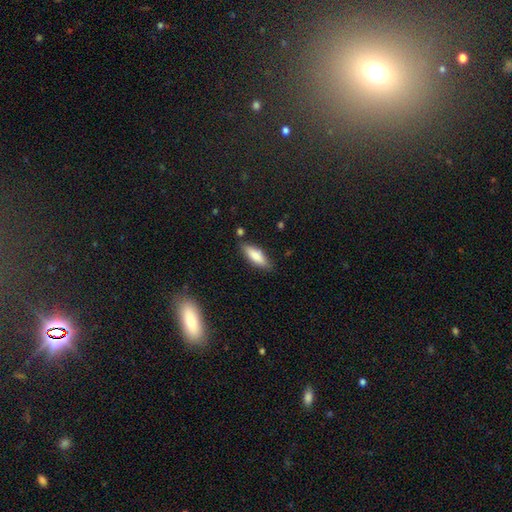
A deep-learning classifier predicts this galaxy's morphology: This is likely a smooth galaxy (79%). How rounded: possibly in between (53%). Merging: likely none (80%).